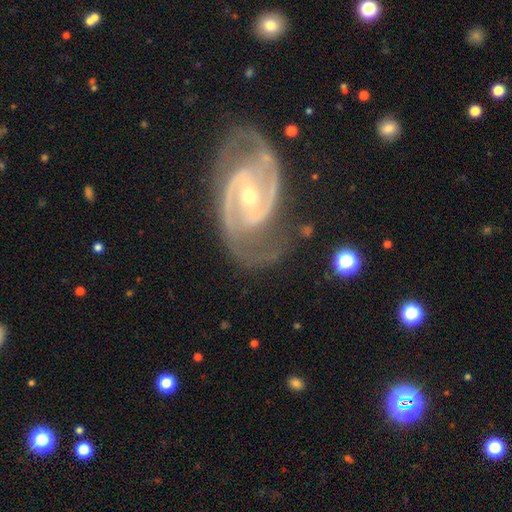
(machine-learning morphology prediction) Smooth or featured: featured or disk — 92% (star or artifact — 5%)
Edge-on disk: no — 97% (yes — 3%)
Bar: weak — 38% (no — 34%)
Spiral arms: yes — 98% (no — 2%)
Spiral winding: medium — 49% (tight — 44%)
Spiral arm count: 2 — 89% (3 — 4%)
Bulge size: small — 55% (moderate — 42%)
Merging: none — 76% (minor disturbance — 15%)